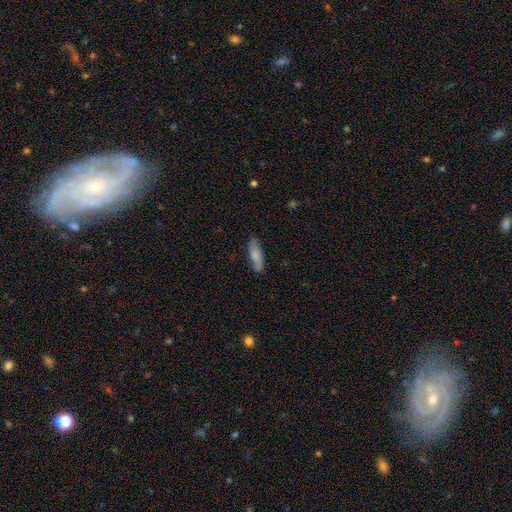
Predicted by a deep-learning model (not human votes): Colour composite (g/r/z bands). It shows a smooth galaxy with no disk features (69%) that is in between round and cigar-shaped (51%). Merging: none (79%).